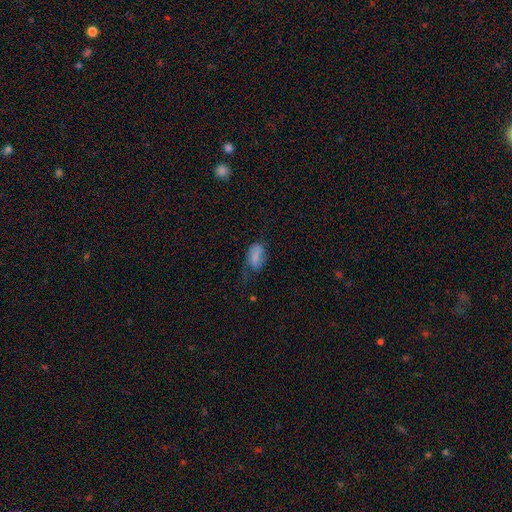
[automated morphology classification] Smooth or featured?
  - smooth: 69% *
  - featured or disk: 22%
  - star or artifact: 10%
How rounded?
  - in between: 91% *
  - round: 6%
  - cigar-shaped: 3%
Merging?
  - major disturbance: 35% *
  - minor disturbance: 33%
  - none: 30%
  - merger: 3%